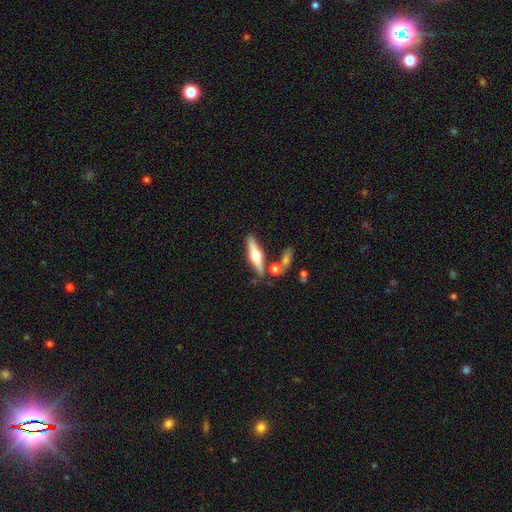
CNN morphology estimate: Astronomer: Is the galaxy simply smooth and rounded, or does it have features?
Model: featured or disk — 64%.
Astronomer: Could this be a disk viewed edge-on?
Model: yes — 94%.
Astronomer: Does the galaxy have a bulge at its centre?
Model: rounded — 96%.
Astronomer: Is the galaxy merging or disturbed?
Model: none — 75%.